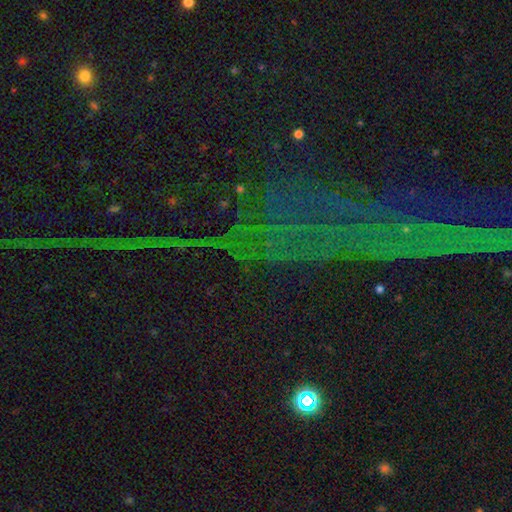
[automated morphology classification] Overall: star or artifact (77%).